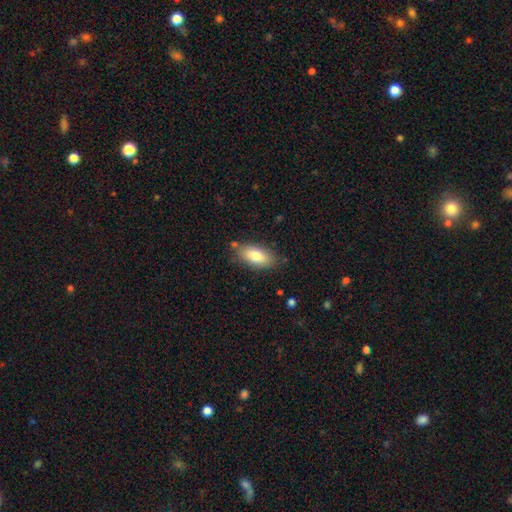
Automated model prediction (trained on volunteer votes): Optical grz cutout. It shows a smooth galaxy with no disk features (79%) that is in between round and cigar-shaped (88%). Merging: none (79%).